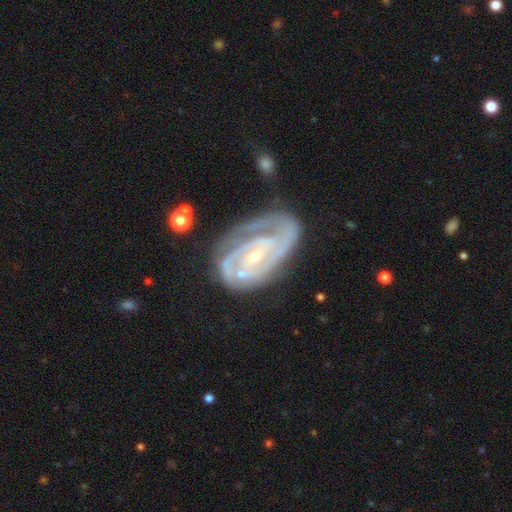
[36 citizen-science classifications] A featured or disk galaxy (89%) with a weak bar (44%), 2 (78%) tight (81%) spiral arms (100%) and a small central bulge (72%). Merging: none (50%).